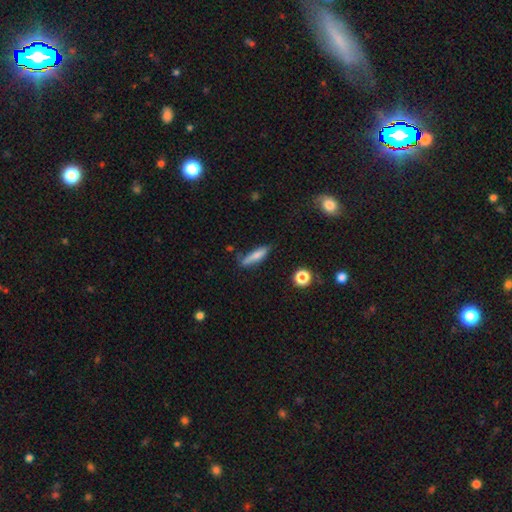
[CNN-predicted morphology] A smooth galaxy with no disk features (73%) that is cigar-shaped (75%).

Vote fractions:
- Smooth or featured? smooth: 73% / featured or disk: 19% / star or artifact: 8%
- How rounded? cigar-shaped: 75% / in between: 22% / round: 3%
- Merging? none: 71% / minor disturbance: 20% / major disturbance: 5% / merger: 4%